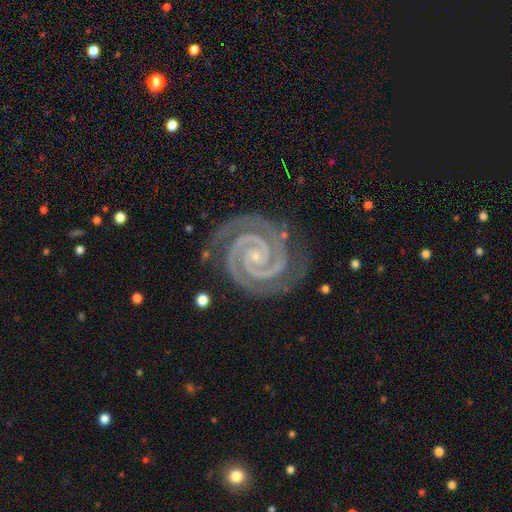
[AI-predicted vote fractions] The model was most divided on "bar": no: 63%, weak: 22%, strong: 14%. More confident: spiral arms — yes (99%); edge-on disk — no (98%); smooth or featured — featured or disk (94%); spiral arm count — 2 (91%); bulge size — small (85%); spiral winding — tight (85%); merging — none (81%).